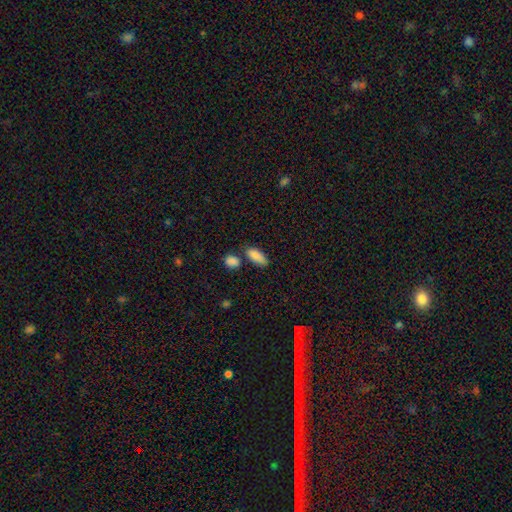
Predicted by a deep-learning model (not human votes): Smooth or featured: smooth — 86% (star or artifact — 7%)
How rounded: in between — 82% (cigar-shaped — 14%)
Merging: none — 62% (minor disturbance — 18%)